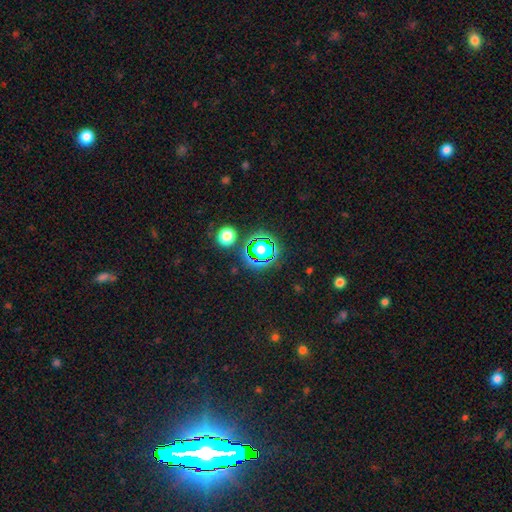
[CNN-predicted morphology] smooth_or_featured: star or artifact (p=0.79) [alt: smooth p=0.12]